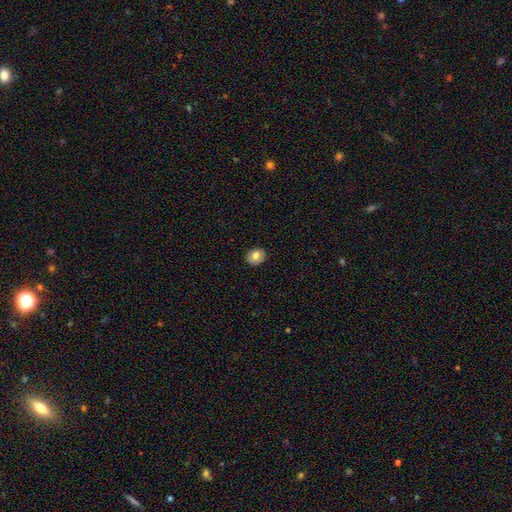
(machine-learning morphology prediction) smooth 78%, featured or disk 13%, star or artifact 8%. Down the decision tree: how rounded — round (61%); merging — none (89%).